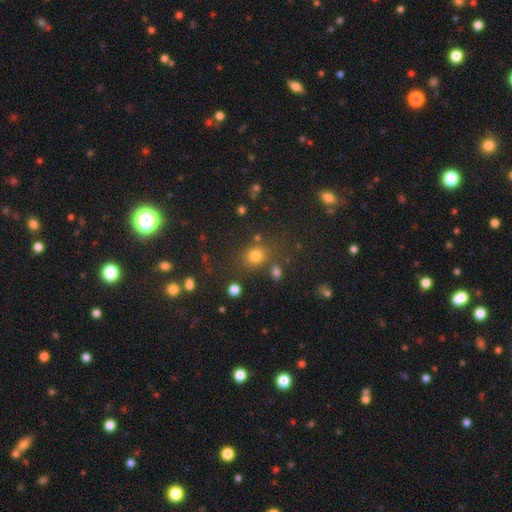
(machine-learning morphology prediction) Smooth or featured? Predicted: smooth (p=0.75). How rounded? Predicted: round (p=0.75). Merging? Predicted: none (p=0.74).